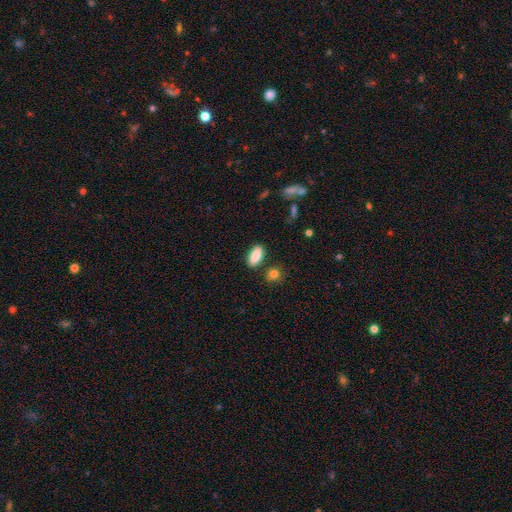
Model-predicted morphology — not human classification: Smooth or featured? Predicted: smooth (p=0.87). How rounded? Predicted: in between (p=0.86). Merging? Predicted: none (p=0.84).